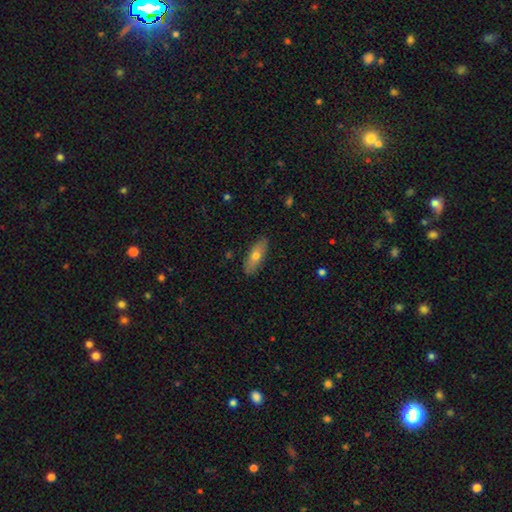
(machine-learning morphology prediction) Smooth or featured? smooth (67%)
How rounded? in between (65%)
Merging? none (87%)